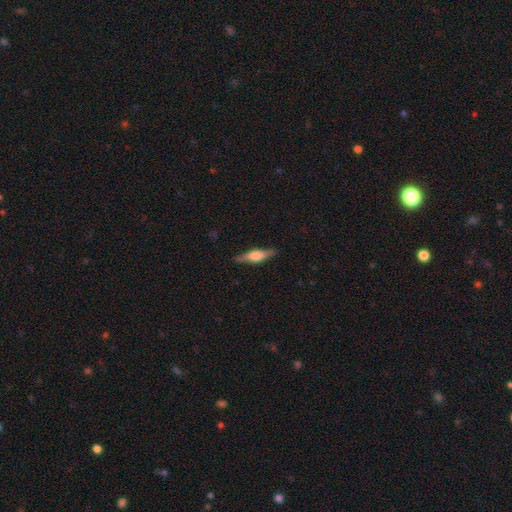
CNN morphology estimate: Q: Smooth or featured?
A: featured or disk (63%); runner-up: smooth (31%)
Q: Edge-on disk?
A: yes (96%); runner-up: no (4%)
Q: Edge-on bulge?
A: rounded (83%); runner-up: boxy (15%)
Q: Merging?
A: none (87%); runner-up: minor disturbance (10%)